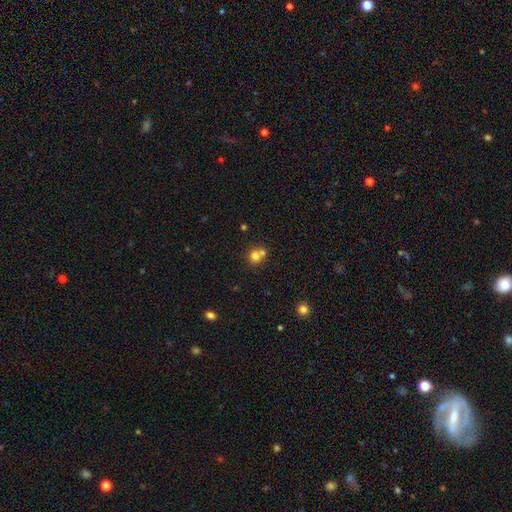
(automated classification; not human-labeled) Smooth or featured? smooth (75%)
How rounded? round (85%)
Merging? none (45%, tied with merger)